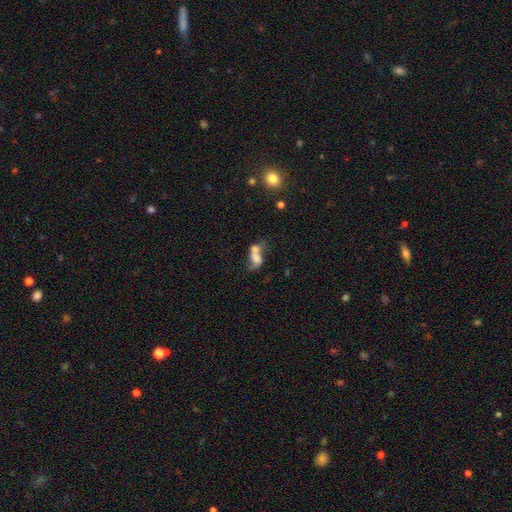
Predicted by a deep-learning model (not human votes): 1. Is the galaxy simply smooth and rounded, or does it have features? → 56% smooth, 31% featured or disk, 13% star or artifact.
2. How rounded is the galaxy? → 73% in between, 21% round, 6% cigar-shaped.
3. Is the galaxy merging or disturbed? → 63% merger, 16% none, 13% major disturbance, 9% minor disturbance.